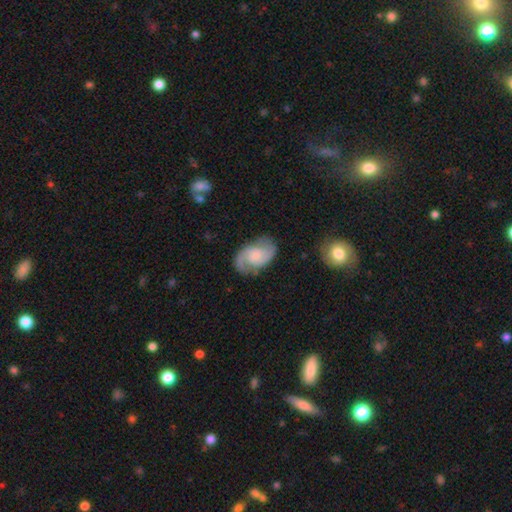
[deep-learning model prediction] Smooth or featured?
  - featured or disk: 82% *
  - smooth: 13%
  - star or artifact: 5%
Edge-on disk?
  - no: 98% *
  - yes: 2%
Bar?
  - no: 56% *
  - weak: 37%
  - strong: 6%
Spiral arms?
  - yes: 96% *
  - no: 4%
Spiral winding?
  - medium: 54% *
  - tight: 24%
  - loose: 21%
Spiral arm count?
  - 2: 91% *
  - can't tell: 4%
  - 1: 2%
  - 3: 1%
  - 4: 1%
  - more than 4: 1%
Bulge size?
  - small: 43% *
  - moderate: 30%
  - none: 20%
  - large: 6%
  - dominant: 2%
Merging?
  - none: 78% *
  - minor disturbance: 15%
  - major disturbance: 5%
  - merger: 2%